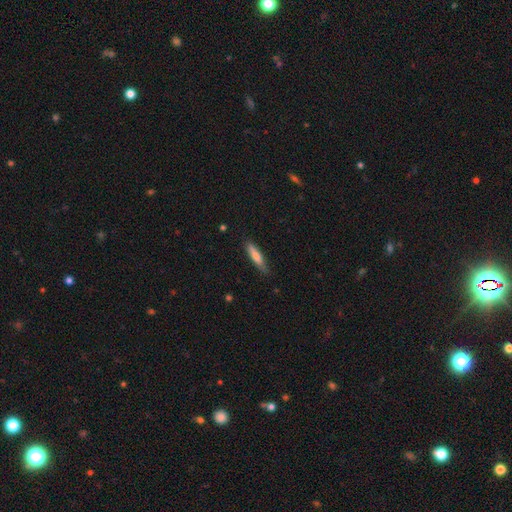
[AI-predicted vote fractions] Smooth or featured: smooth — 70% (featured or disk — 25%)
How rounded: cigar-shaped — 83% (in between — 16%)
Merging: none — 80% (minor disturbance — 16%)